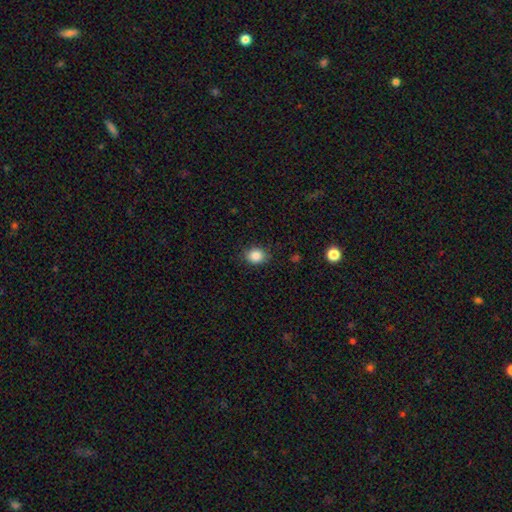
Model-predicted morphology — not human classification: The model was most divided on "how rounded": round: 59%, in between: 40%, cigar-shaped: 1%. More confident: smooth or featured — smooth (86%); merging — none (85%).